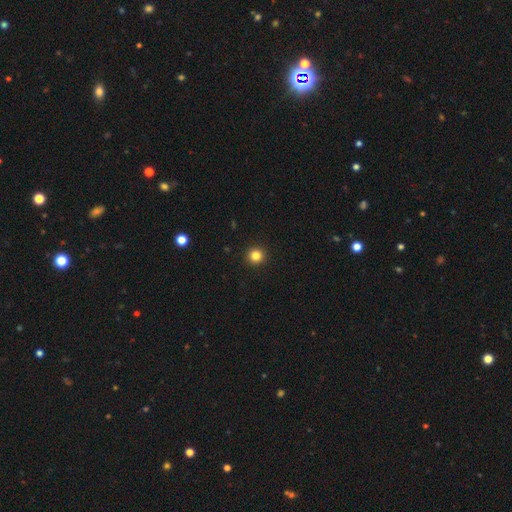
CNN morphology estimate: smooth-or-featured: smooth: 83% | star or artifact: 12% | featured or disk: 5%
  how-rounded: round: 95% | in between: 4% | cigar-shaped: 1%
  merging: none: 93% | minor disturbance: 4% | major disturbance: 1% | merger: 1%